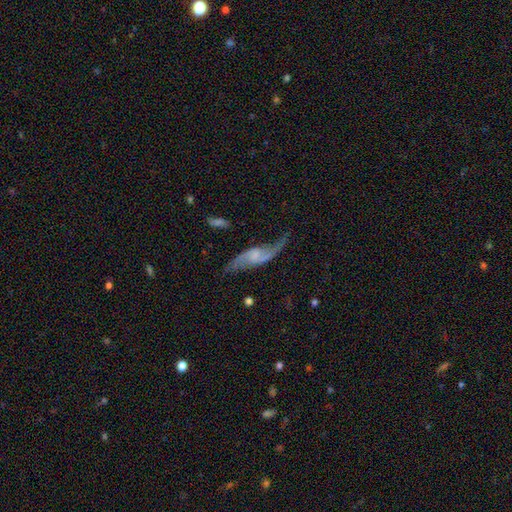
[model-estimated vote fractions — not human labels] Q: Smooth or featured?
A: featured or disk (84%); runner-up: smooth (10%)
Q: Edge-on disk?
A: no (90%); runner-up: yes (10%)
Q: Bar?
A: no (48%); runner-up: weak (41%)
Q: Spiral arms?
A: yes (94%); runner-up: no (6%)
Q: Spiral winding?
A: loose (83%); runner-up: medium (13%)
Q: Spiral arm count?
A: 2 (91%); runner-up: 1 (3%)
Q: Bulge size?
A: small (43%); runner-up: none (31%)
Q: Merging?
A: none (64%); runner-up: minor disturbance (19%)